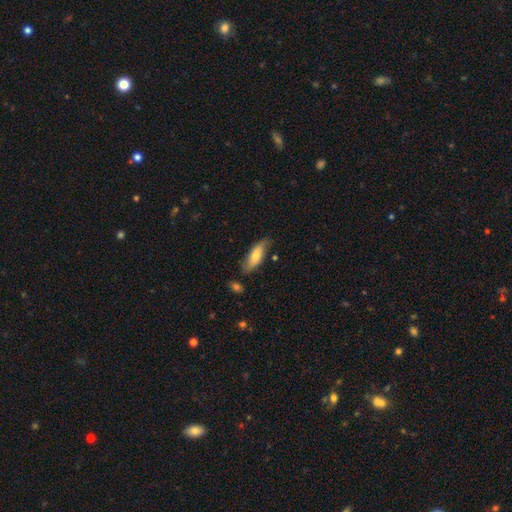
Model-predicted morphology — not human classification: The model was most divided on "how rounded": in between: 64%, cigar-shaped: 33%, round: 2%. More confident: merging — none (70%); smooth or featured — smooth (69%).